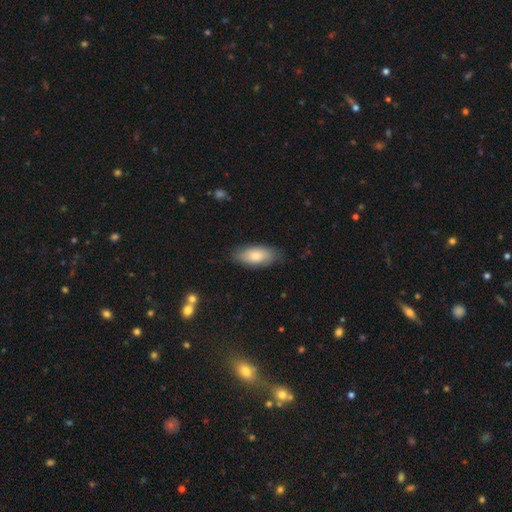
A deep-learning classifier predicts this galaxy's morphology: Smooth or featured: smooth — 76% (featured or disk — 18%)
How rounded: in between — 85% (cigar-shaped — 12%)
Merging: none — 79% (minor disturbance — 16%)